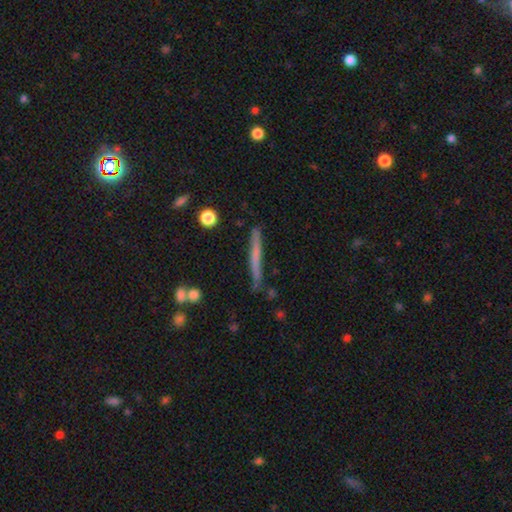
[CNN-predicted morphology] A smooth galaxy with no disk features (53%) that is cigar-shaped (96%). Merging: none (84%).